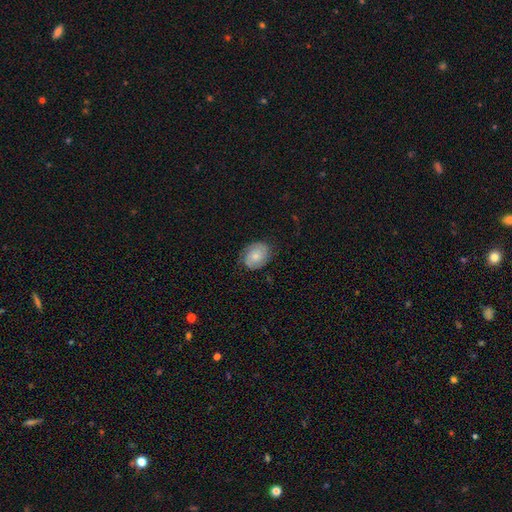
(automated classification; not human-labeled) A featured or disk galaxy (47%). Merging: none (73%).